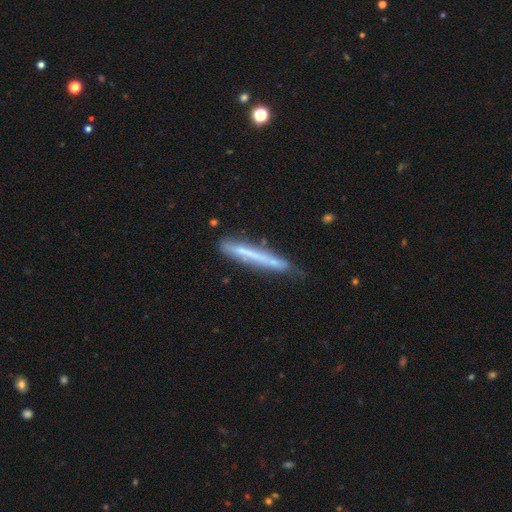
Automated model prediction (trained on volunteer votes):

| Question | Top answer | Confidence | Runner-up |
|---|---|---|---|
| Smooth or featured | smooth | 50% | featured or disk (43%) |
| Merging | none | 72% | minor disturbance (21%) |